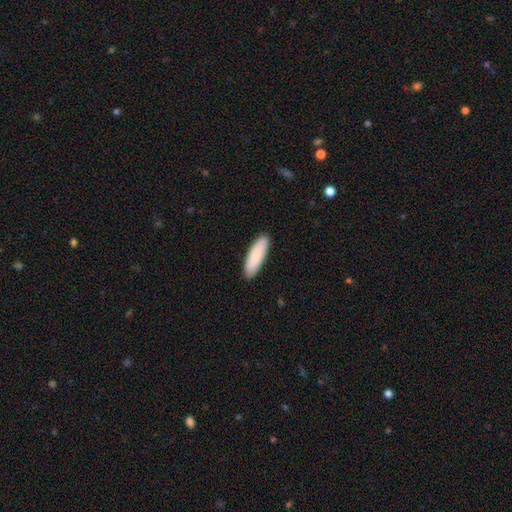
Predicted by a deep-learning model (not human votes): Morphology: type=smooth (88%); roundness=cigar-shaped (54%); merging=none (90%).